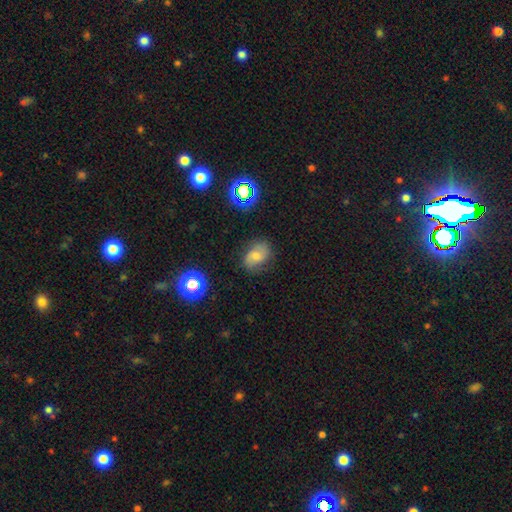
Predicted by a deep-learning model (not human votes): A smooth galaxy with no disk features (46%). Merging: none (74%).